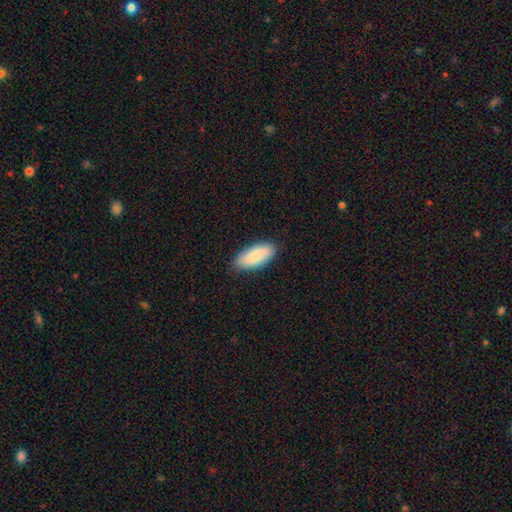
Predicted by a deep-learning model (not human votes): This appears to be a smooth galaxy with no disk features (82%) that is in between round and cigar-shaped (88%). Merging: none (84%).